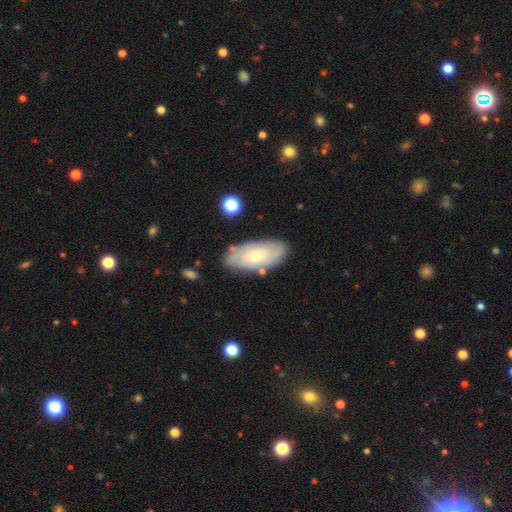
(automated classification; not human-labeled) featured or disk 49%, smooth 45%, star or artifact 7%. Down the decision tree: merging — none (78%).